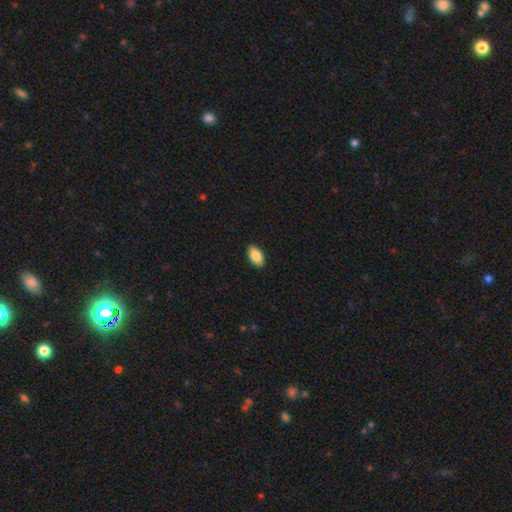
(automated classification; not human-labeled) Smooth or featured: smooth — 87% (star or artifact — 7%)
How rounded: in between — 93% (round — 3%)
Merging: none — 89% (minor disturbance — 8%)